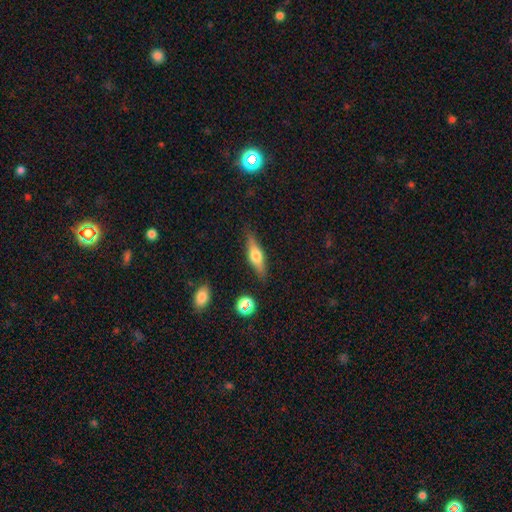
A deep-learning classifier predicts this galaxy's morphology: A featured or disk galaxy (47%). Merging: none (84%).